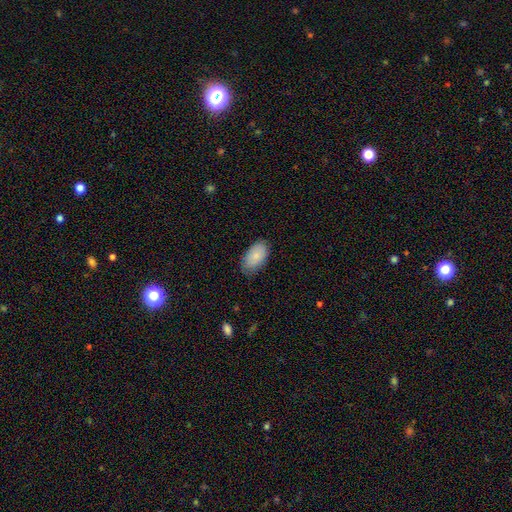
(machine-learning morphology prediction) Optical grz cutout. It shows a smooth galaxy with no disk features (86%) that is in between round and cigar-shaped (95%). Merging: none (78%).